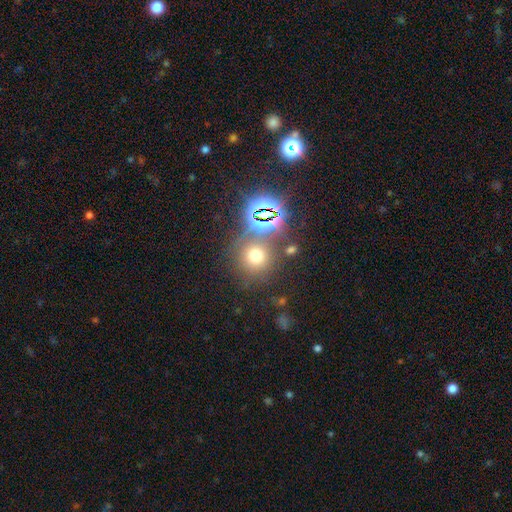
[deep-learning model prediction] This is possibly a smooth galaxy (60%). How rounded: clearly round (91%). Merging: likely none (71%).